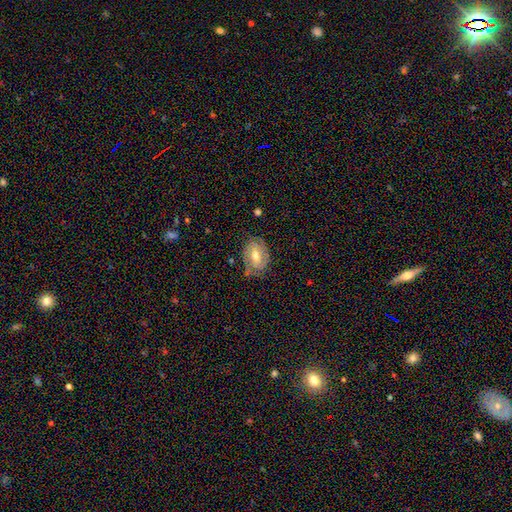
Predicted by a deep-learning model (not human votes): Overall: featured or disk (74%). Edge-on disk: no (96%). Bar: weak (45%; no 37%). Spiral arms: yes (90%). Spiral arm count: 2 (69%). Spiral winding: tight (61%; medium 30%). Bulge size: moderate (72%). Merging: none (70%).